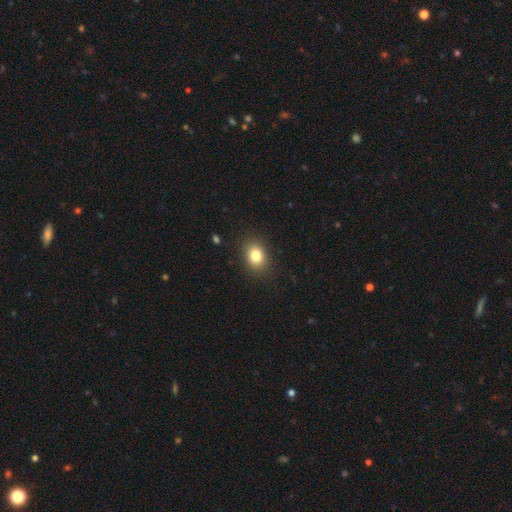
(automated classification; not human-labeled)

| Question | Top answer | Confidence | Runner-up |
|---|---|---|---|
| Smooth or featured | smooth | 83% | star or artifact (10%) |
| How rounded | in between | 60% | round (39%) |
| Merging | none | 87% | minor disturbance (9%) |